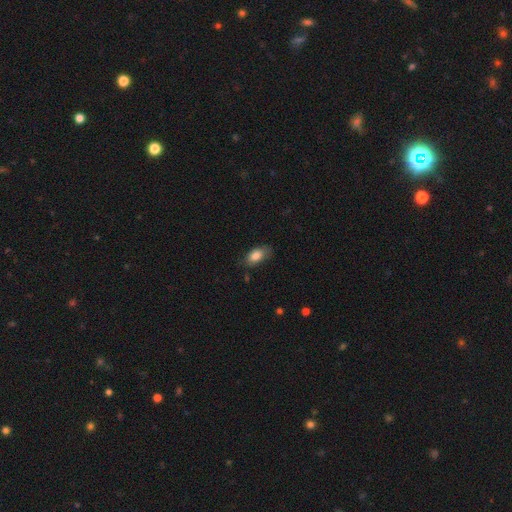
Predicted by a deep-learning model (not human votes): smooth-or-featured: smooth: 82% | featured or disk: 10% | star or artifact: 7%
  how-rounded: in between: 90% | round: 6% | cigar-shaped: 4%
  merging: none: 70% | minor disturbance: 23% | major disturbance: 6% | merger: 2%